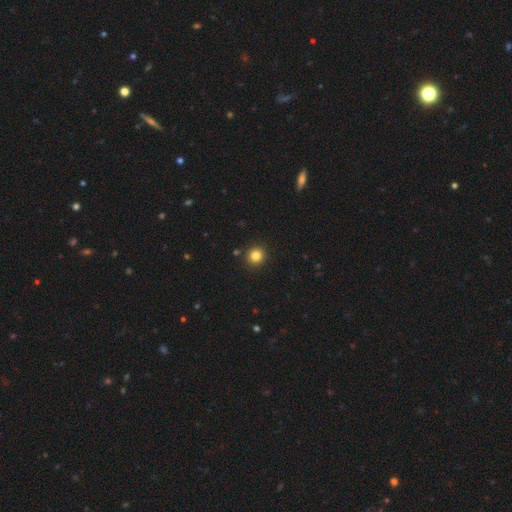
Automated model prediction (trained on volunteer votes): The model was most divided on "smooth or featured": smooth: 83%, star or artifact: 12%, featured or disk: 5%. More confident: merging — none (91%); how rounded — round (91%).